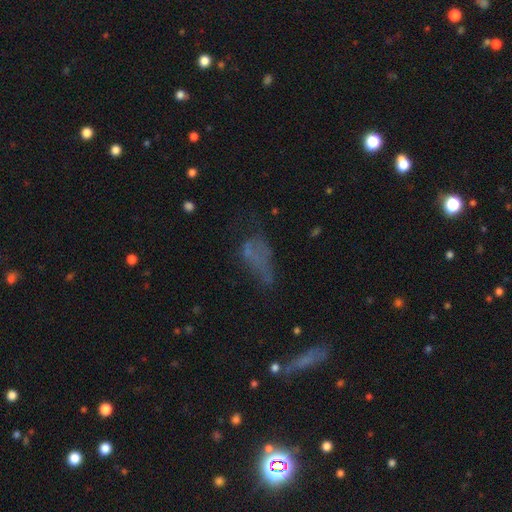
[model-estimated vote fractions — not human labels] Q: Smooth or featured?
A: smooth (45%); runner-up: featured or disk (31%)
Q: Merging?
A: major disturbance (37%); runner-up: none (32%)